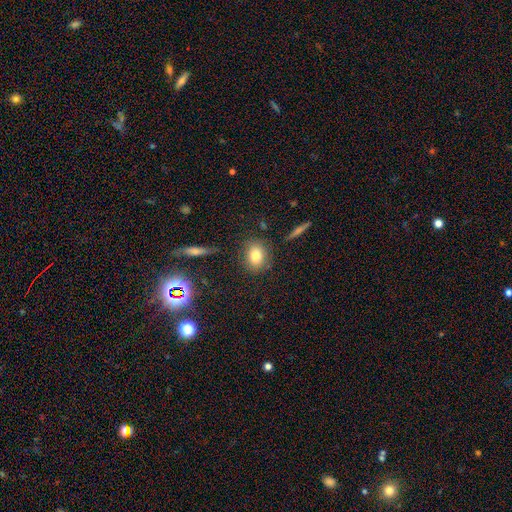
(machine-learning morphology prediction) The model was most divided on "how rounded": round: 52%, in between: 46%, cigar-shaped: 2%. More confident: merging — none (82%); smooth or featured — smooth (79%).